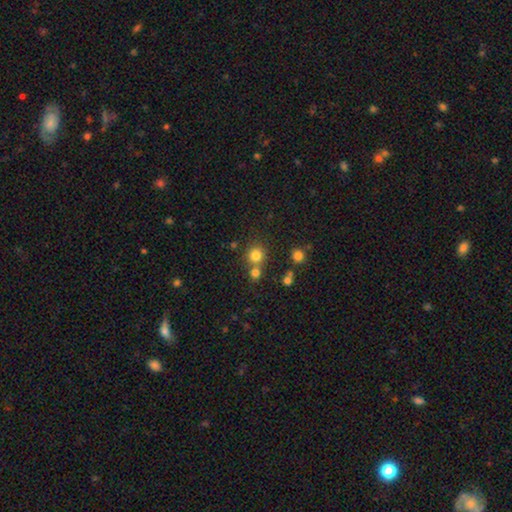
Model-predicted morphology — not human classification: Smooth or featured? Predicted: smooth (p=0.78). How rounded? Predicted: round (p=0.89). Merging? Predicted: none (p=0.62).